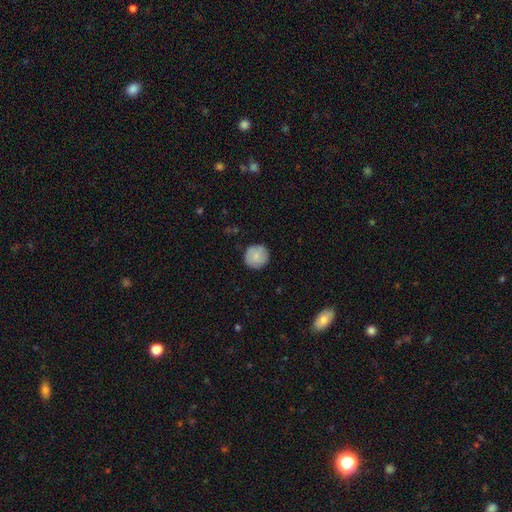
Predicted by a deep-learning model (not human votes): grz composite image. It shows a smooth galaxy with no disk features (80%) that is round (93%). Merging: none (87%).